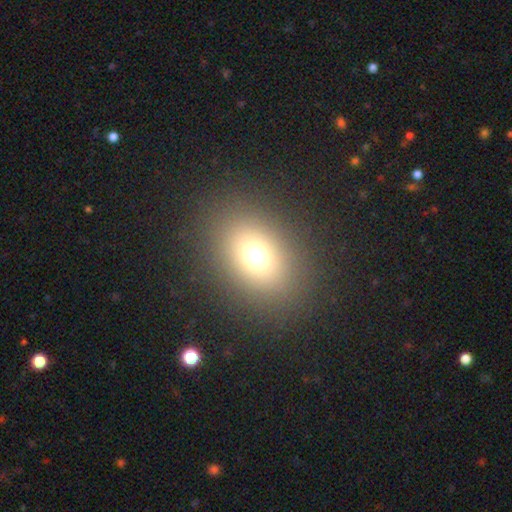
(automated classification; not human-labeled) smooth 69%, star or artifact 19%, featured or disk 12%. Down the decision tree: how rounded — in between (59%); merging — none (86%).